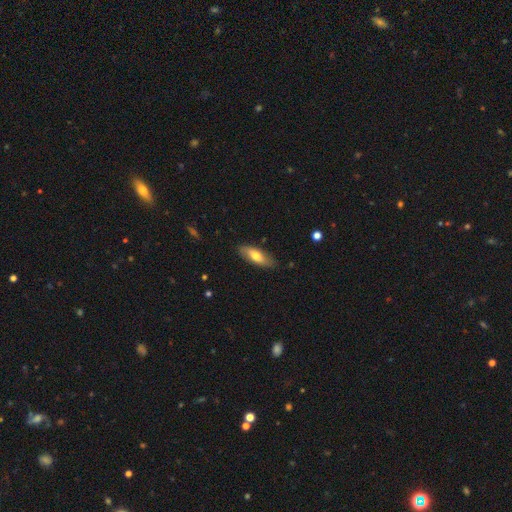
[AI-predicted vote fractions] This appears to be a smooth galaxy with no disk features (65%) that is in between round and cigar-shaped (64%). Merging: none (83%).